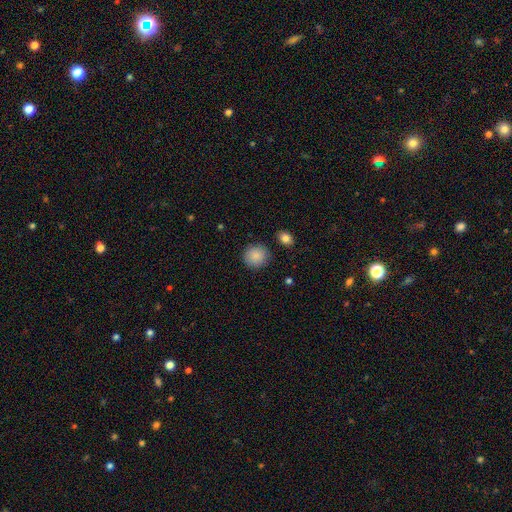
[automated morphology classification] A smooth galaxy with no disk features (88%) that is round (90%). Merging: none (88%).